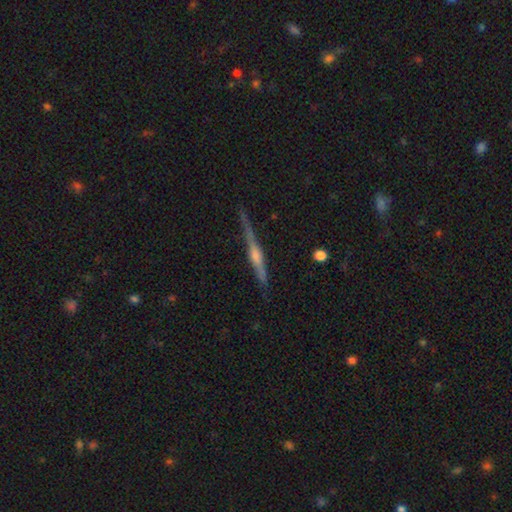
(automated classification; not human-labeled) smooth_or_featured: featured or disk (p=0.82) [alt: smooth p=0.12]
disk_edge_on: yes (p=0.98) [alt: no p=0.02]
edge_on_bulge: rounded (p=0.83) [alt: boxy p=0.09]
merging: none (p=0.88) [alt: minor disturbance p=0.09]